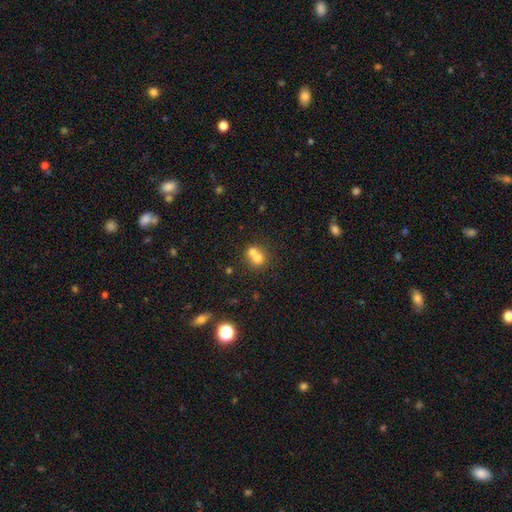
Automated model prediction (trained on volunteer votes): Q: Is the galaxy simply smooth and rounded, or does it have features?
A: smooth — 67%.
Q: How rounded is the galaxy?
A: round — 75%.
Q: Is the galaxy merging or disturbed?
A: merger — 65%.